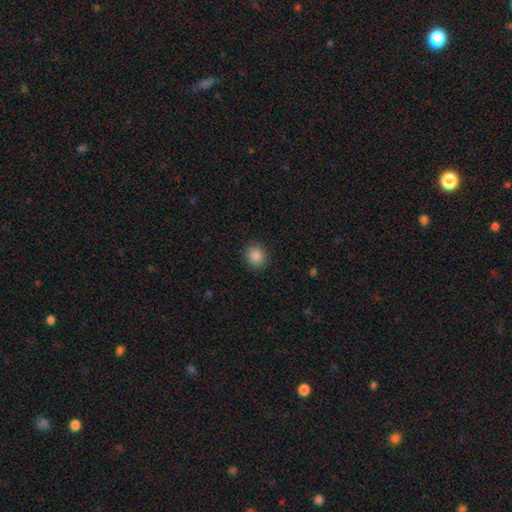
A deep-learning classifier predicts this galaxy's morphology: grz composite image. It shows a smooth galaxy with no disk features (86%) that is round (85%). Merging: none (91%).